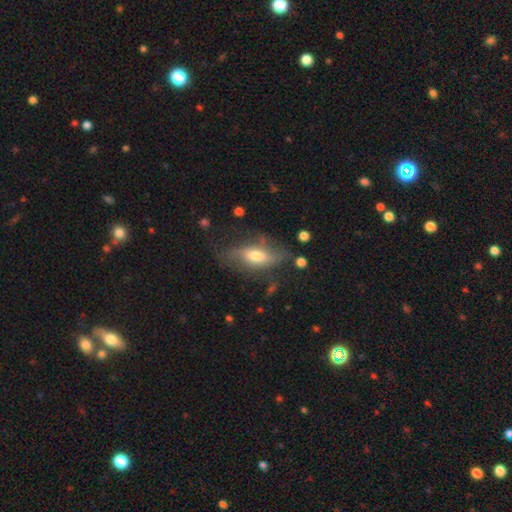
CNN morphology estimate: smooth_or_featured: smooth (p=0.52) [alt: featured or disk p=0.40]
how_rounded: in between (p=0.79) [alt: cigar-shaped p=0.15]
merging: none (p=0.50) [alt: minor disturbance p=0.27]